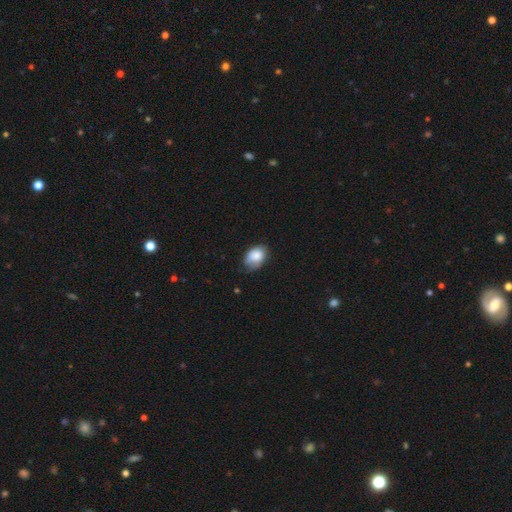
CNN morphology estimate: Overall: smooth (83%). How rounded: in between (79%). Merging: none (50%; minor disturbance 39%).